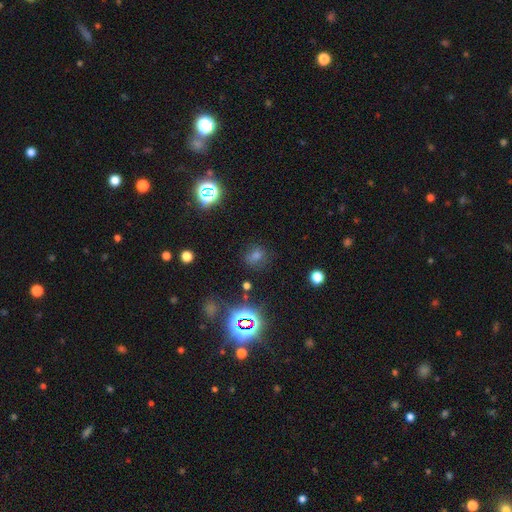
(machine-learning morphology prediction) This is possibly a smooth galaxy (50%). How rounded: likely round (65%). Merging: clearly none (80%).